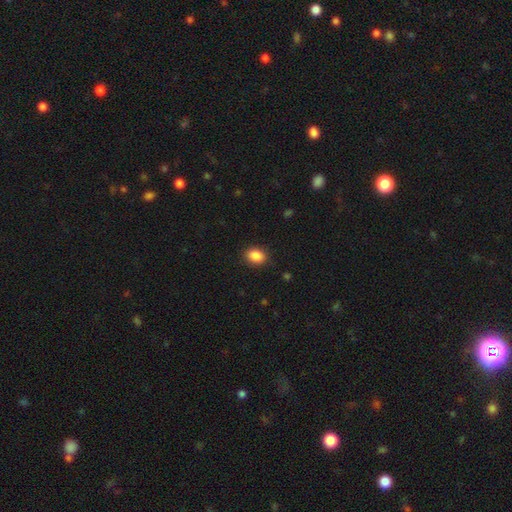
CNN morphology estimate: This appears to be a smooth galaxy with no disk features (88%) that is in between round and cigar-shaped (69%). Merging: none (87%).